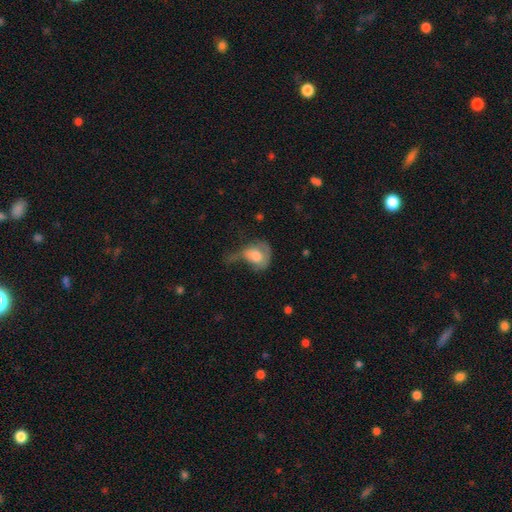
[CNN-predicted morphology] smooth_or_featured: smooth (p=0.62) [alt: featured or disk p=0.30]
how_rounded: round (p=0.51) [alt: in between p=0.48]
merging: major disturbance (p=0.47) [alt: minor disturbance p=0.26]